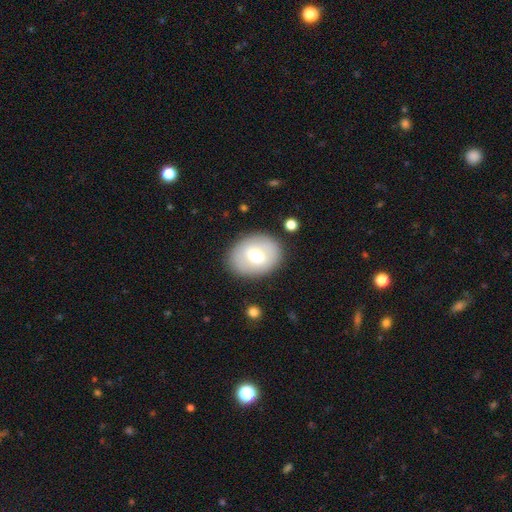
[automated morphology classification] smooth 66%, featured or disk 27%, star or artifact 7%. Down the decision tree: how rounded — in between (60%); merging — none (85%).